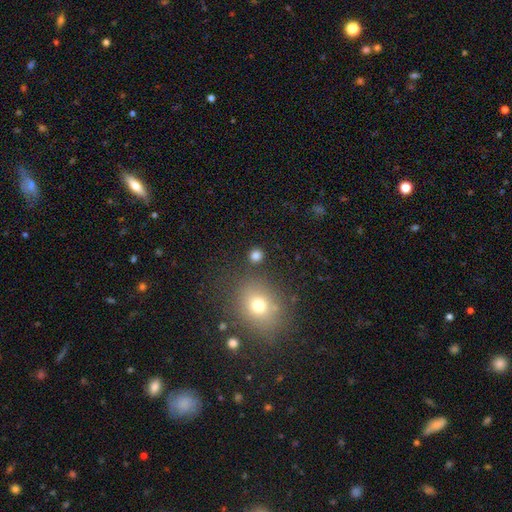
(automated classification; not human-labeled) Morphology: type=smooth (80%); roundness=round (87%); merging=none (85%).